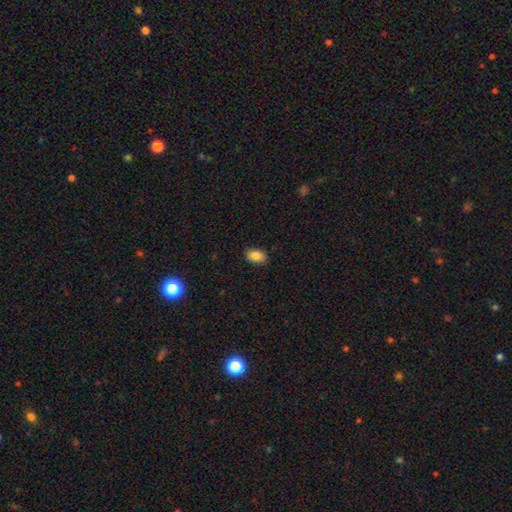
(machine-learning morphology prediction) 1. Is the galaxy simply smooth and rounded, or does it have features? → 86% smooth, 8% star or artifact, 6% featured or disk.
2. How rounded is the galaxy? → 86% in between, 12% round, 1% cigar-shaped.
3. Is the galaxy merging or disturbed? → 87% none, 10% minor disturbance, 2% major disturbance, 1% merger.